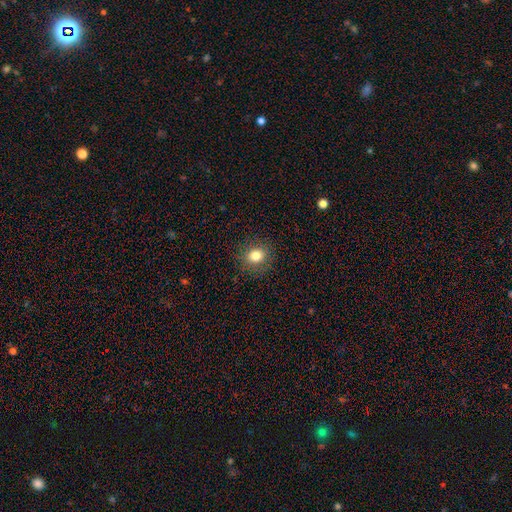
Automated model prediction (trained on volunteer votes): Overall: smooth (81%). How rounded: round (74%). Merging: none (87%).